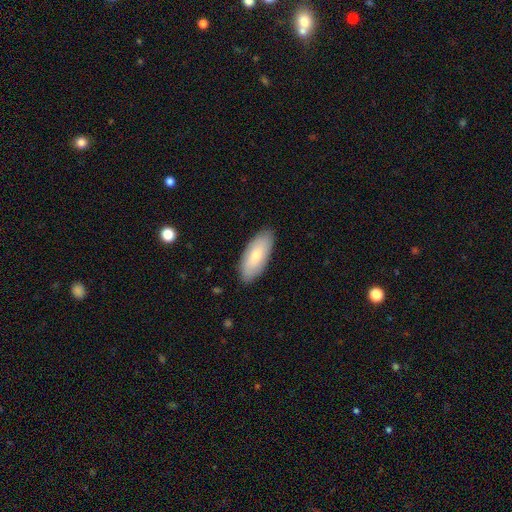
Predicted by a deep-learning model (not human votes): Smooth or featured? smooth (74%)
How rounded? in between (84%)
Merging? none (86%)